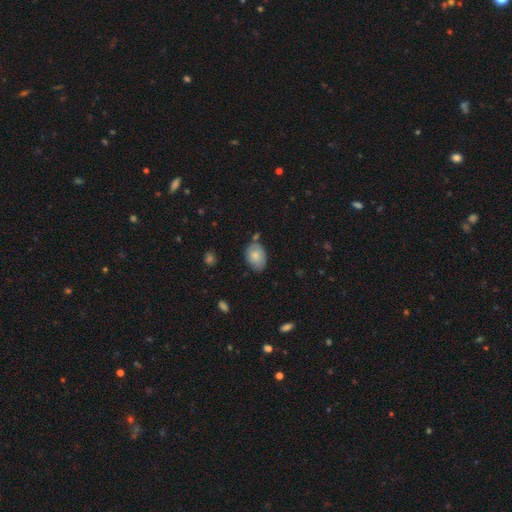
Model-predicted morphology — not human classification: Smooth or featured: smooth — 78% (featured or disk — 15%)
How rounded: in between — 82% (round — 17%)
Merging: none — 65% (minor disturbance — 25%)